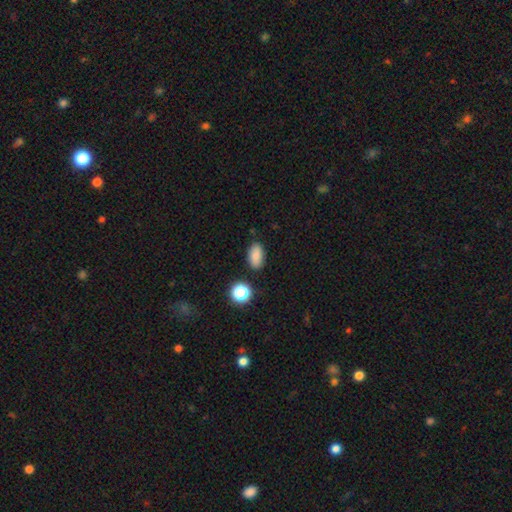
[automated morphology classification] Smooth or featured: smooth — 84% (star or artifact — 10%)
How rounded: in between — 89% (round — 8%)
Merging: none — 84% (minor disturbance — 11%)